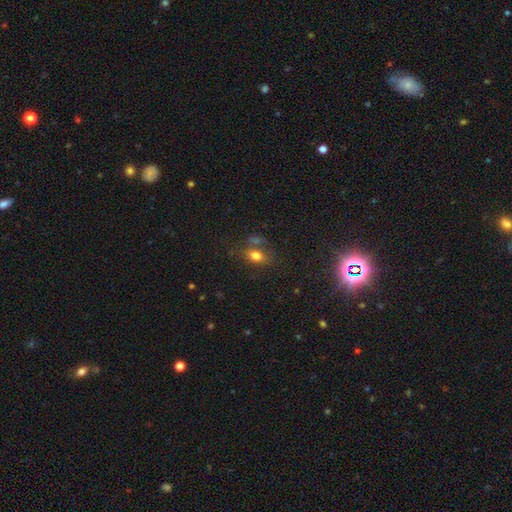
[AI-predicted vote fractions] smooth_or_featured: smooth (p=0.74) [alt: star or artifact p=0.13]
how_rounded: in between (p=0.77) [alt: round p=0.20]
merging: none (p=0.55) [alt: merger p=0.20]